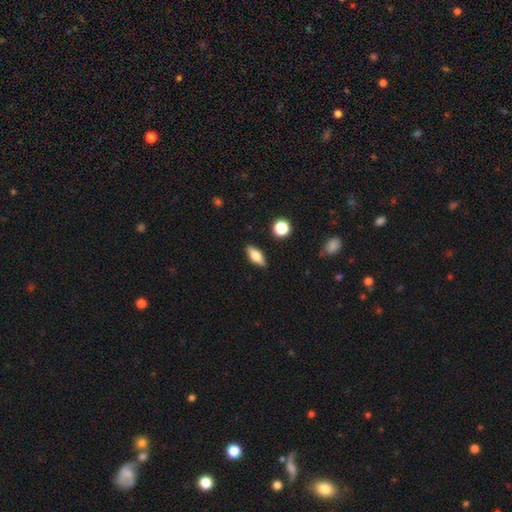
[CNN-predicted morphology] Q: Smooth or featured?
A: smooth (66%); runner-up: featured or disk (27%)
Q: How rounded?
A: in between (73%); runner-up: cigar-shaped (22%)
Q: Merging?
A: none (87%); runner-up: minor disturbance (9%)